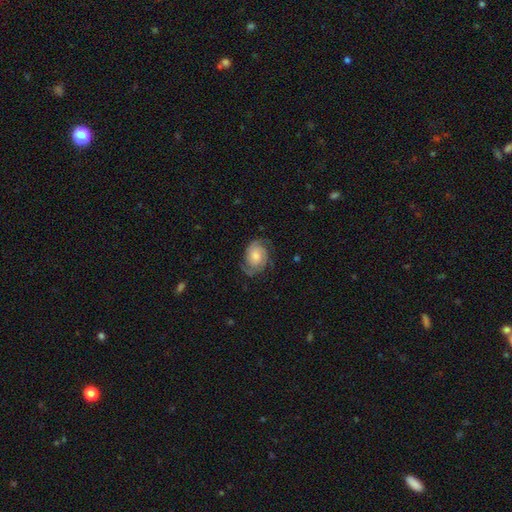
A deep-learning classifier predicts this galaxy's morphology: The model was most divided on "spiral winding": tight: 47%, medium: 39%, loose: 14%. Remaining: edge-on disk — no (97%); spiral arms — yes (95%); spiral arm count — 2 (76%); smooth or featured — featured or disk (76%); bar — no (71%); merging — none (71%); bulge size — moderate (46%).